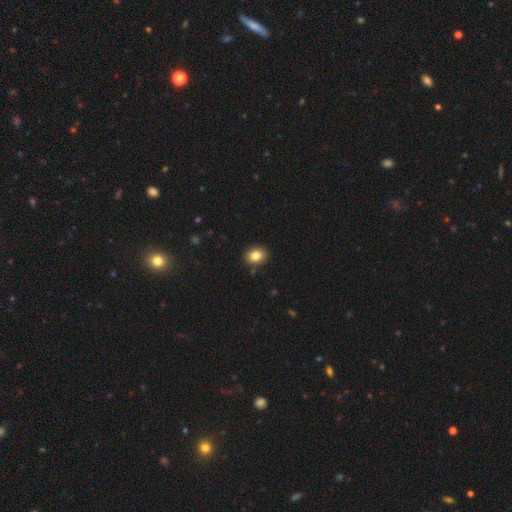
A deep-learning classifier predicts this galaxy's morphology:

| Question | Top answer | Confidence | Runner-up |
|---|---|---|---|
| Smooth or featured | smooth | 82% | star or artifact (10%) |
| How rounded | round | 56% | in between (43%) |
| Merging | none | 89% | minor disturbance (8%) |